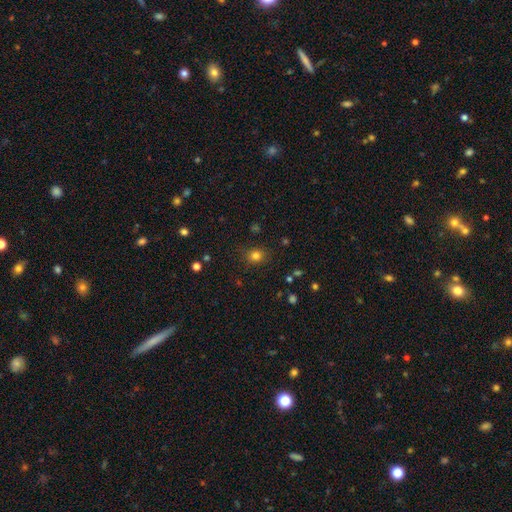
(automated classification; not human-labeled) A smooth galaxy with no disk features (79%) that is round (76%). Merging: none (84%).